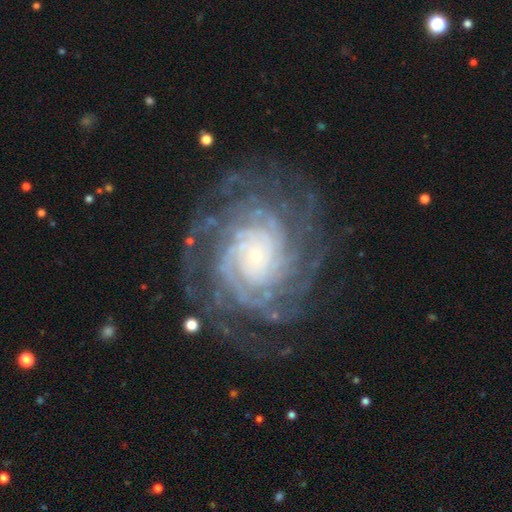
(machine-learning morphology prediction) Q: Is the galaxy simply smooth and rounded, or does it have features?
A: featured or disk — 91%.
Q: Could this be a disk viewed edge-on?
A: no — 98%.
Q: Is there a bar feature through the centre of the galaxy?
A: no — 77%.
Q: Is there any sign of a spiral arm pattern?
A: yes — 98%.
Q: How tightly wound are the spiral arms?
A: tight — 81%.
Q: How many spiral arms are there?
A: more than 4 — 32%.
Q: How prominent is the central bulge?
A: small — 82%.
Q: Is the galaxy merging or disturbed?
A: none — 78%.